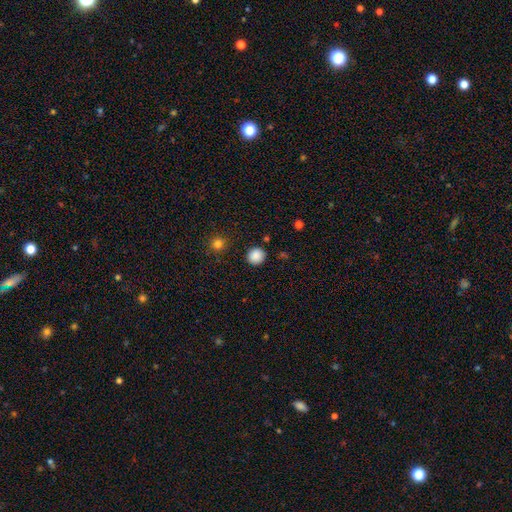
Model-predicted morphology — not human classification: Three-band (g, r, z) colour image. It shows a smooth galaxy with no disk features (87%) that is round (90%). Merging: none (90%).